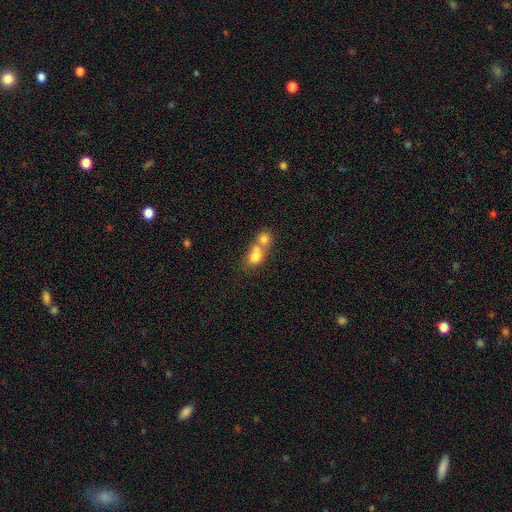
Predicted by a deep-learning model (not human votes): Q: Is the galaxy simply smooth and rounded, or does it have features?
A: smooth — 75%.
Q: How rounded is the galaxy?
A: round — 53%.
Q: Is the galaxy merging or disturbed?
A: merger — 69%.